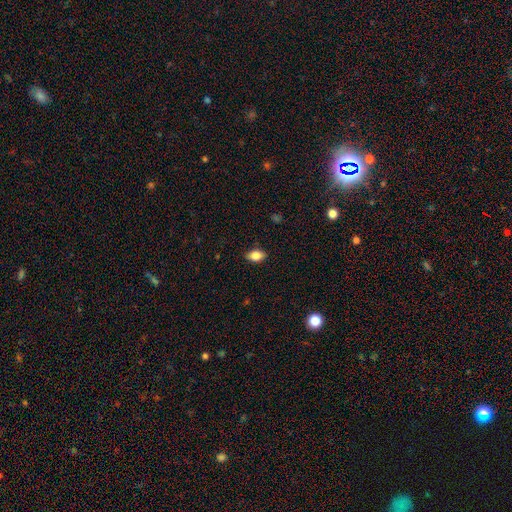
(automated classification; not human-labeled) A smooth galaxy with no disk features (82%) that is in between round and cigar-shaped (87%). Merging: none (87%).